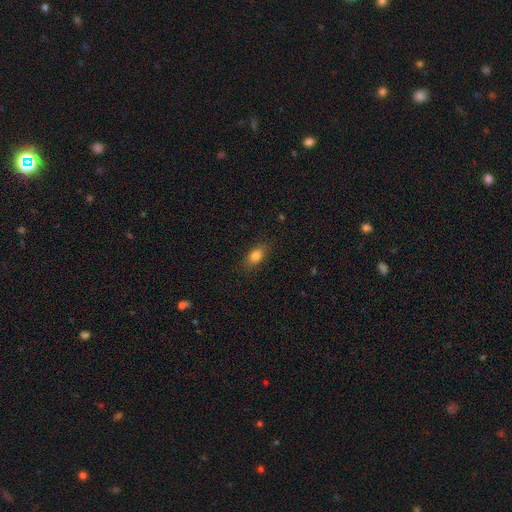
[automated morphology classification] smooth_or_featured: smooth (p=0.81) [alt: featured or disk p=0.10]
how_rounded: in between (p=0.82) [alt: round p=0.12]
merging: none (p=0.85) [alt: minor disturbance p=0.11]